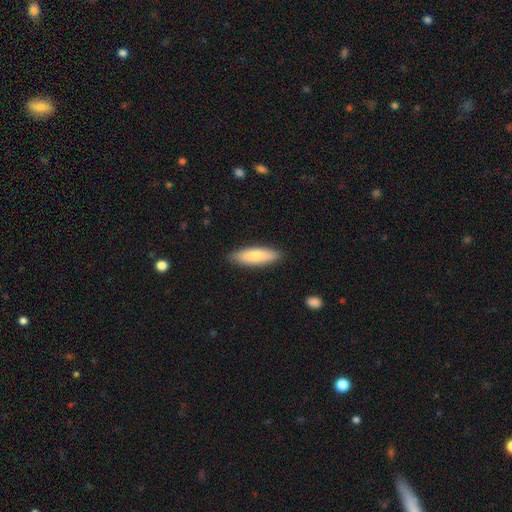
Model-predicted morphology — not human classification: The model was most divided on "how rounded": cigar-shaped: 53%, in between: 45%, round: 2%. More confident: merging — none (87%); smooth or featured — smooth (79%).